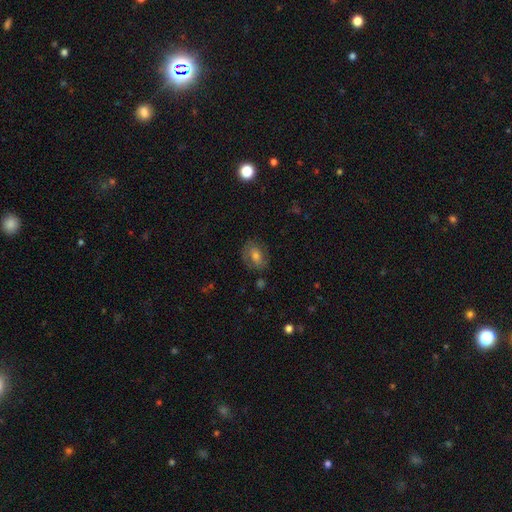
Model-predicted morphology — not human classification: This appears to be a smooth galaxy with no disk features (48%). Merging: none (76%).